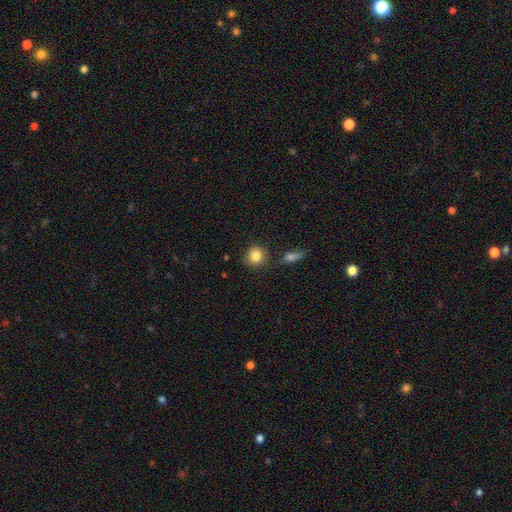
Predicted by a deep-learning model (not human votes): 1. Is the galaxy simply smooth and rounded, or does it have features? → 85% smooth, 9% star or artifact, 6% featured or disk.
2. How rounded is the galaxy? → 88% round, 11% in between, 1% cigar-shaped.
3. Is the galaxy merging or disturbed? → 81% none, 9% minor disturbance, 7% merger, 3% major disturbance.